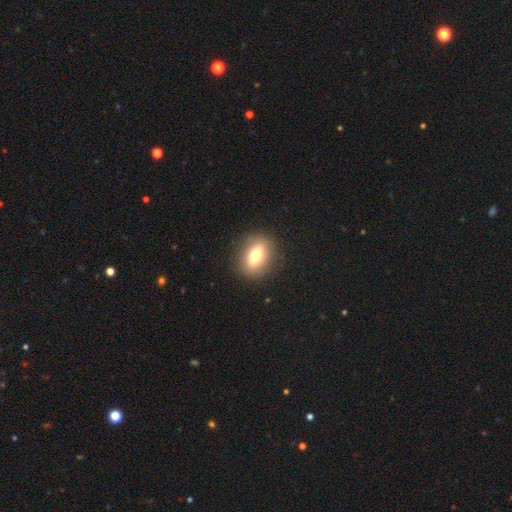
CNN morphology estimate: A smooth galaxy with no disk features (73%) that is in between round and cigar-shaped (74%).

Vote fractions:
- Smooth or featured? smooth: 73% / featured or disk: 18% / star or artifact: 9%
- How rounded? in between: 74% / round: 21% / cigar-shaped: 6%
- Merging? none: 88% / minor disturbance: 8% / major disturbance: 3% / merger: 1%